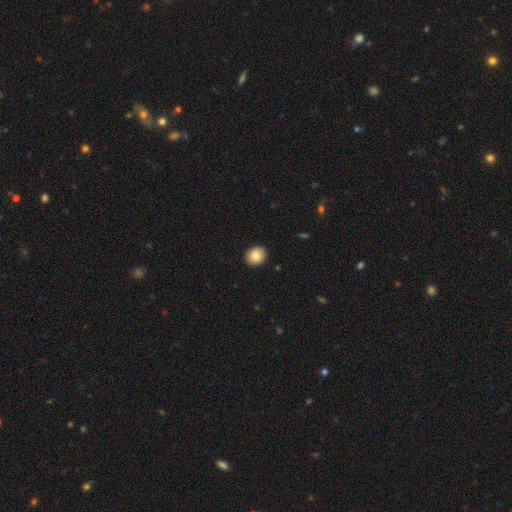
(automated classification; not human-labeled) smooth-or-featured: smooth: 85% | star or artifact: 8% | featured or disk: 7%
  how-rounded: round: 74% | in between: 25% | cigar-shaped: 1%
  merging: none: 92% | minor disturbance: 6% | major disturbance: 2% | merger: 1%